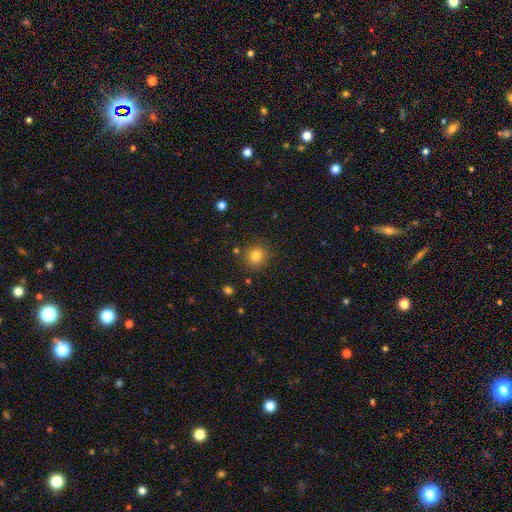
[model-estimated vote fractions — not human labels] Smooth or featured: smooth — 81% (star or artifact — 13%)
How rounded: round — 90% (in between — 9%)
Merging: none — 86% (minor disturbance — 8%)